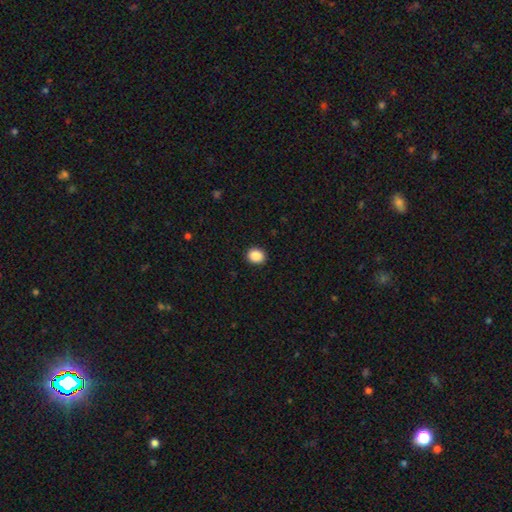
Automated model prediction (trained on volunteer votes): Smooth or featured: smooth — 89% (star or artifact — 9%)
How rounded: round — 65% (in between — 34%)
Merging: none — 92% (minor disturbance — 6%)